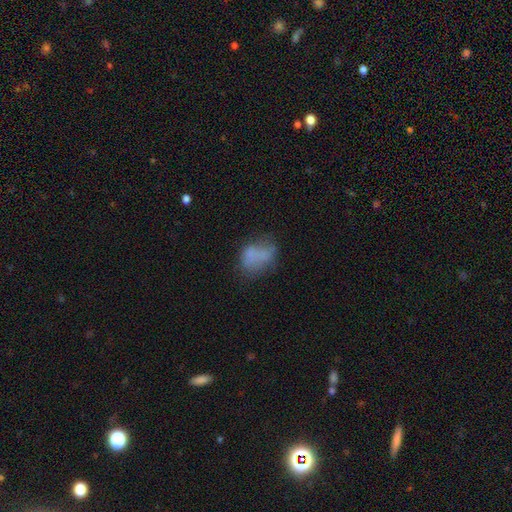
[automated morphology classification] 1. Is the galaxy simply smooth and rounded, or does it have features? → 64% smooth, 25% featured or disk, 12% star or artifact.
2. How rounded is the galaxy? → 75% in between, 23% round, 2% cigar-shaped.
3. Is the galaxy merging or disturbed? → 43% none, 27% minor disturbance, 20% major disturbance, 11% merger.